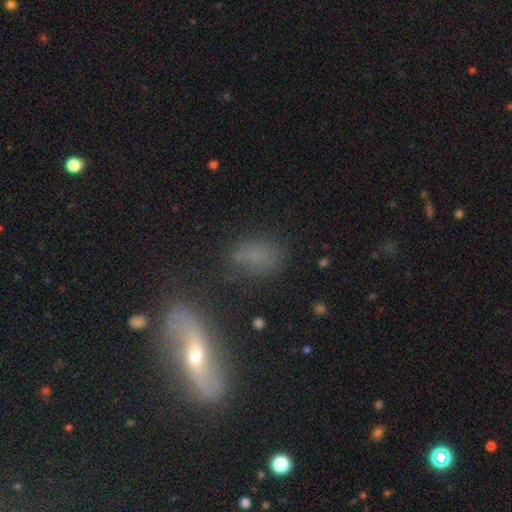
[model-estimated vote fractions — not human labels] Smooth or featured? Predicted: smooth (p=0.57). How rounded? Predicted: in between (p=0.77). Merging? Predicted: none (p=0.61).